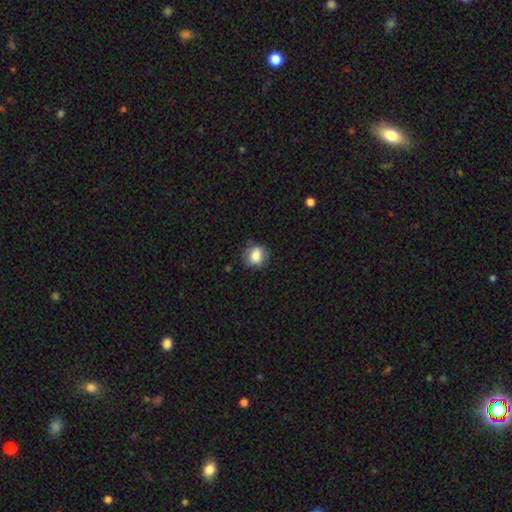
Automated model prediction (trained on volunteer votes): Smooth or featured? smooth (84%)
How rounded? round (72%)
Merging? none (73%)